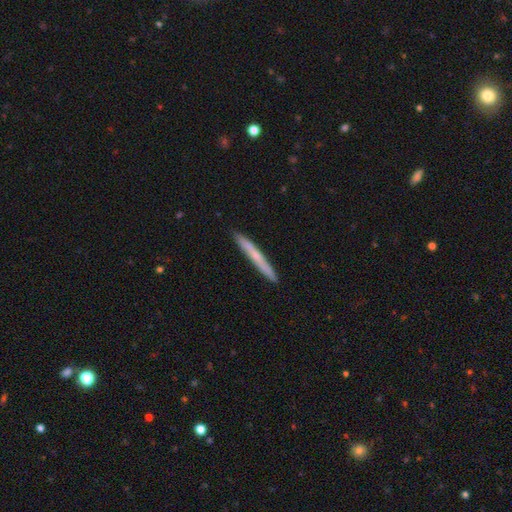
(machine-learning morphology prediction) type=smooth (56%); roundness=cigar-shaped (97%); merging=none (91%).